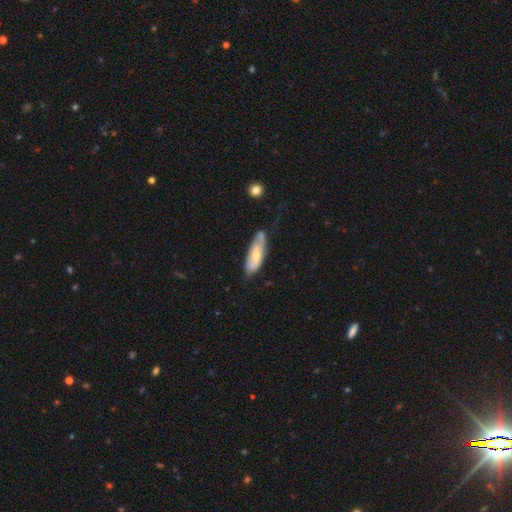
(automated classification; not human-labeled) smooth-or-featured: smooth: 53% | featured or disk: 41% | star or artifact: 5%
  how-rounded: in between: 60% | cigar-shaped: 38% | round: 2%
  merging: none: 54% | minor disturbance: 31% | merger: 7% | major disturbance: 7%